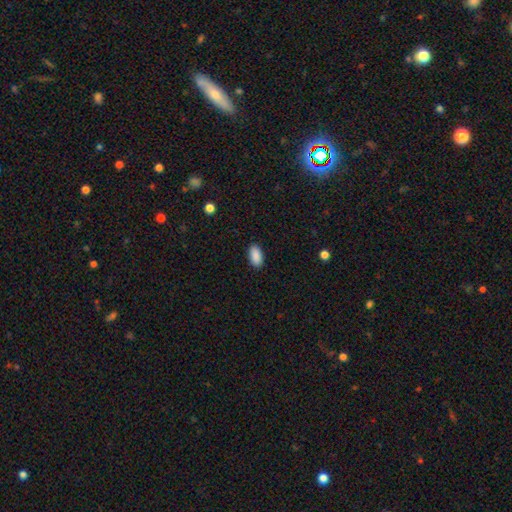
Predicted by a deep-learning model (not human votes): This appears to be a smooth galaxy with no disk features (90%) that is in between round and cigar-shaped (94%). Merging: none (89%).